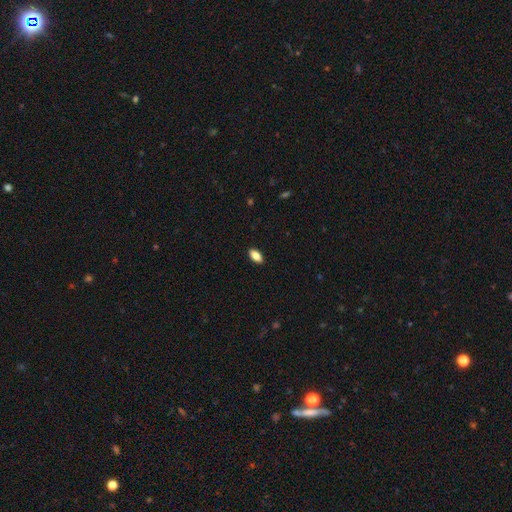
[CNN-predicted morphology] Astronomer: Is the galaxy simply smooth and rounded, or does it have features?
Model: smooth — 83%.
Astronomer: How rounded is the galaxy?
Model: in between — 89%.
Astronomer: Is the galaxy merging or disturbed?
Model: none — 90%.